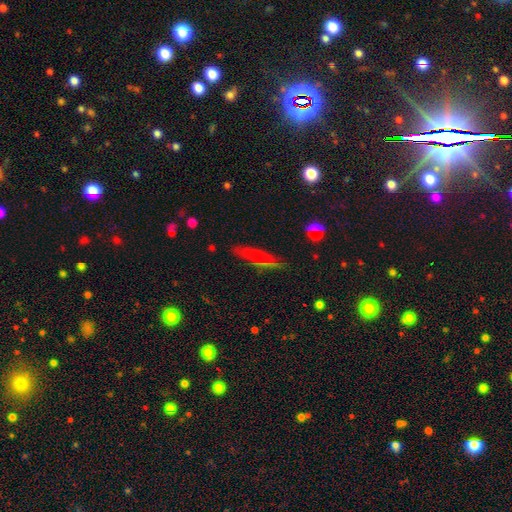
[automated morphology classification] A smooth galaxy with no disk features (50%).

Vote fractions:
- Smooth or featured? smooth: 50% / featured or disk: 33% / star or artifact: 17%
- Merging? none: 80% / minor disturbance: 14% / major disturbance: 4% / merger: 2%